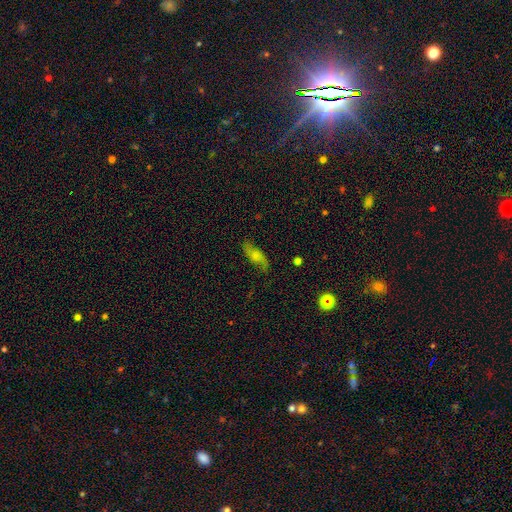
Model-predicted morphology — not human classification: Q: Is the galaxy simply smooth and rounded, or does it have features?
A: featured or disk — 49%.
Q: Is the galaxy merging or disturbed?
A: none — 70%.